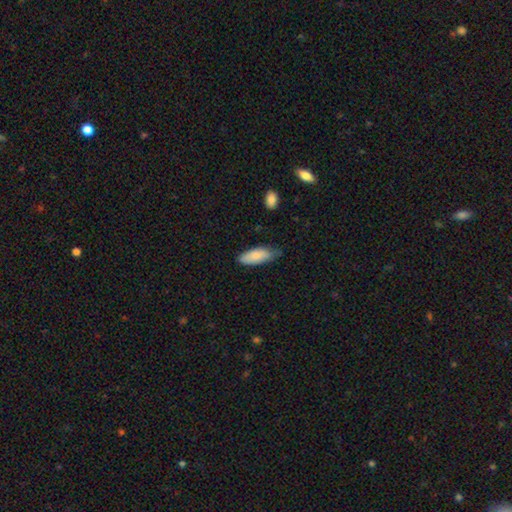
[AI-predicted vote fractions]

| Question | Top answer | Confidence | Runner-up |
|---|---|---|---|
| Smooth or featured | smooth | 83% | featured or disk (11%) |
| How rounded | in between | 78% | cigar-shaped (20%) |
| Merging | none | 56% | minor disturbance (36%) |